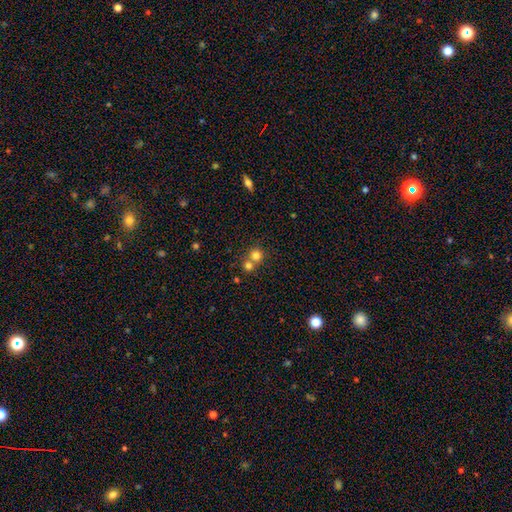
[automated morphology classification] Smooth or featured? smooth (78%)
How rounded? round (89%)
Merging? none (47%)